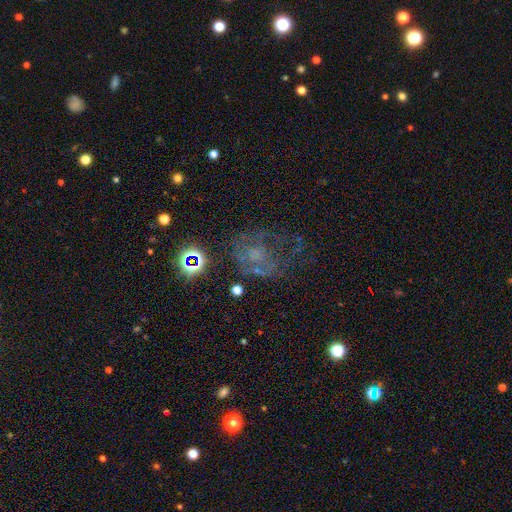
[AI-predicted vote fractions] The model was most divided on "merging": none: 43%, major disturbance: 33%, minor disturbance: 20%, merger: 5%. More confident: edge-on disk — no (97%); smooth or featured — featured or disk (51%).